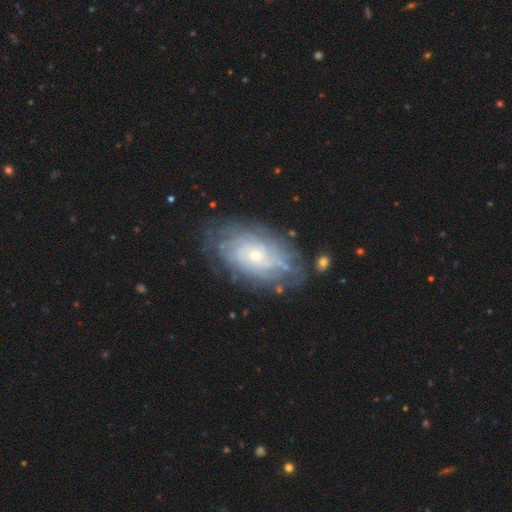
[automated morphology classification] A featured or disk galaxy (79%) with no bar (79%), tight (75%) spiral arms (90%) and a small central bulge (72%). Merging: none (73%).